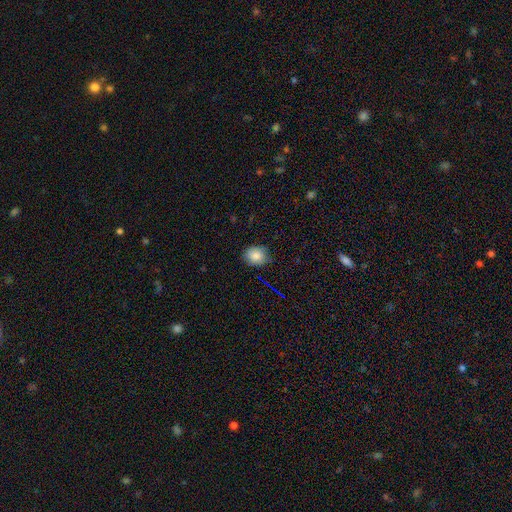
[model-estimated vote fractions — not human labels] smooth 83%, star or artifact 10%, featured or disk 8%. Down the decision tree: how rounded — round (65%); merging — none (83%).